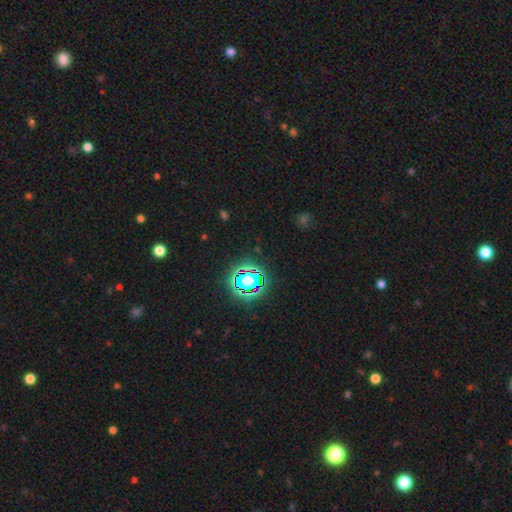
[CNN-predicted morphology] Overall: star or artifact (80%).